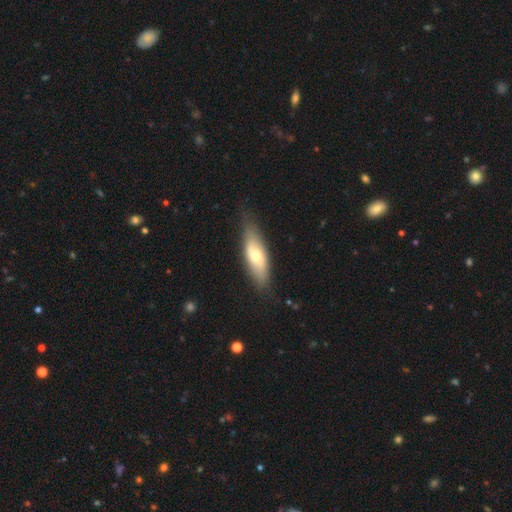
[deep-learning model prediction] Overall: smooth (58%; featured or disk 36%). How rounded: in between (64%; cigar-shaped 34%). Merging: none (76%).